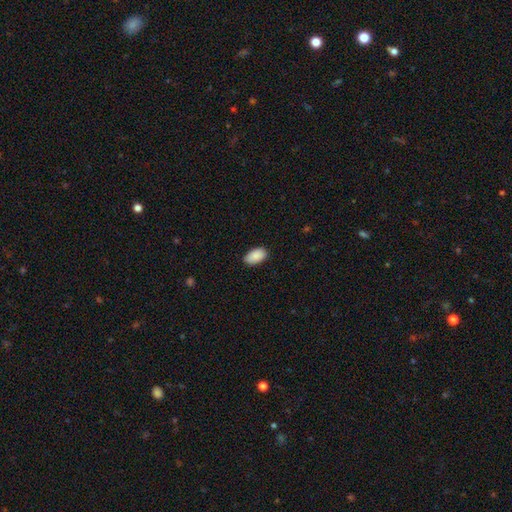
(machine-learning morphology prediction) Smooth or featured: smooth — 89% (star or artifact — 6%)
How rounded: in between — 95% (round — 4%)
Merging: none — 84% (minor disturbance — 13%)